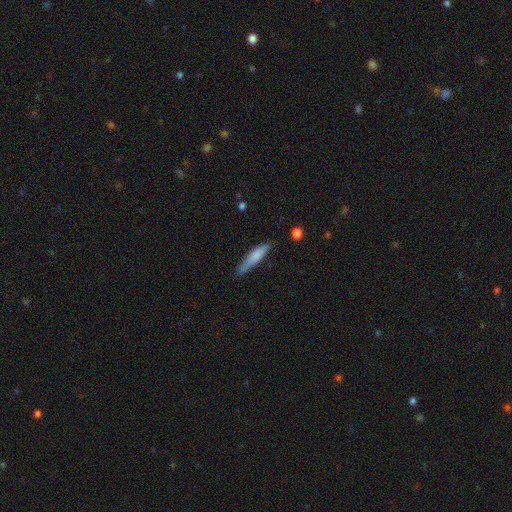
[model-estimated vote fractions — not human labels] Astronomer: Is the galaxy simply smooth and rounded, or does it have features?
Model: smooth — 72%.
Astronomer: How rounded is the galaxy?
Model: cigar-shaped — 85%.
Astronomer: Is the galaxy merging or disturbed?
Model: none — 72%.